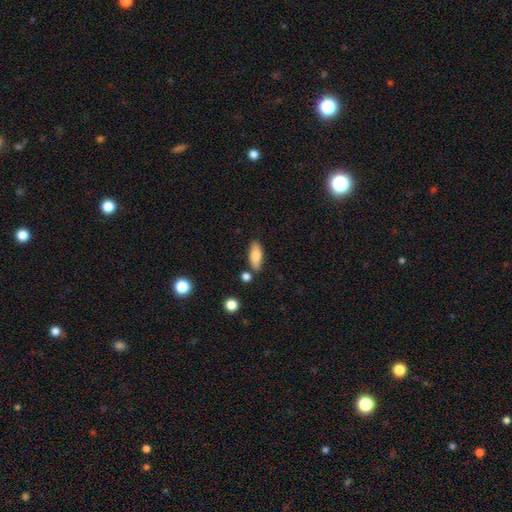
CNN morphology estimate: smooth-or-featured: smooth: 80% | featured or disk: 13% | star or artifact: 7%
  how-rounded: in between: 78% | cigar-shaped: 19% | round: 3%
  merging: none: 77% | minor disturbance: 13% | merger: 7% | major disturbance: 3%